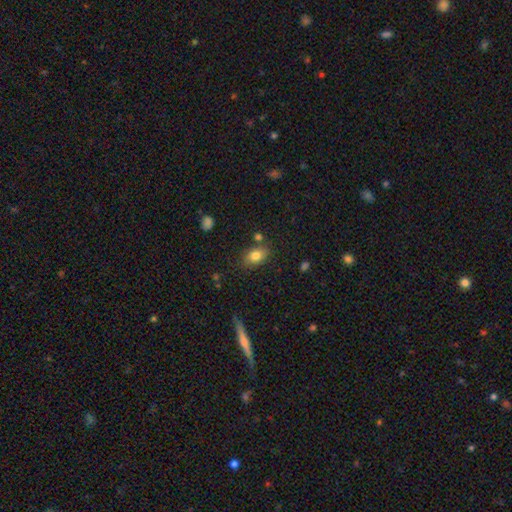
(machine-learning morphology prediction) This appears to be a smooth galaxy with no disk features (81%) that is in between round and cigar-shaped (82%). Merging: none (76%).